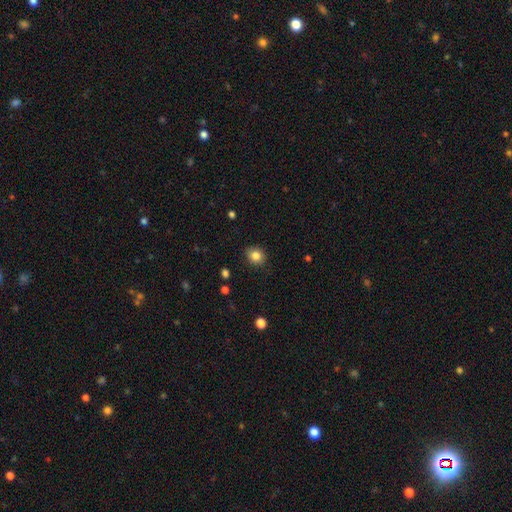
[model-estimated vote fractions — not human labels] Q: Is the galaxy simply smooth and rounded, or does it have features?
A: smooth — 84%.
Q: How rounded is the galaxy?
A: round — 73%.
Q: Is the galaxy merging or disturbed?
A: none — 88%.